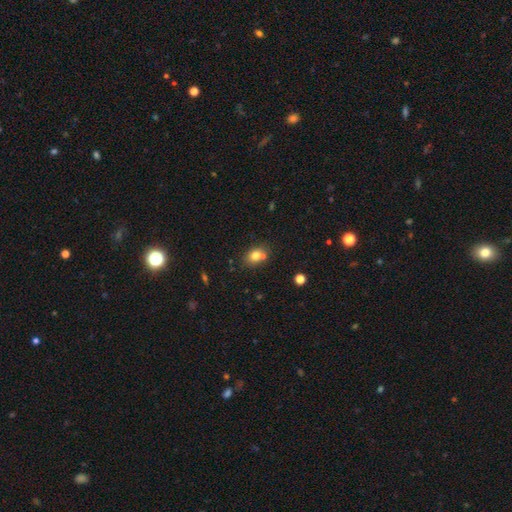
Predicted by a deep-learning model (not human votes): Q: Smooth or featured?
A: smooth (74%); runner-up: featured or disk (13%)
Q: How rounded?
A: in between (57%); runner-up: round (42%)
Q: Merging?
A: none (59%); runner-up: merger (26%)